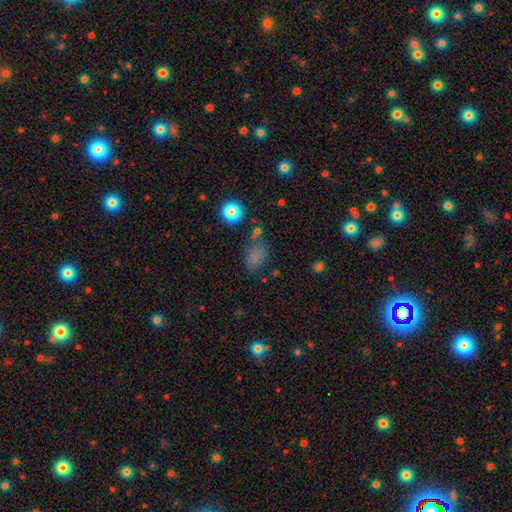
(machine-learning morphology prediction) smooth_or_featured: smooth (p=0.77) [alt: star or artifact p=0.16]
how_rounded: in between (p=0.78) [alt: round p=0.21]
merging: none (p=0.66) [alt: minor disturbance p=0.19]